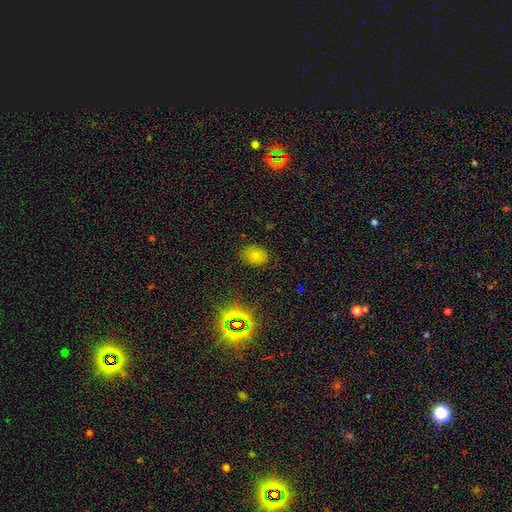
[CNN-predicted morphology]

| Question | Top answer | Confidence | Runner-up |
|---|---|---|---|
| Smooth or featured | smooth | 75% | star or artifact (18%) |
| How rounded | in between | 71% | round (28%) |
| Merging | none | 83% | minor disturbance (12%) |